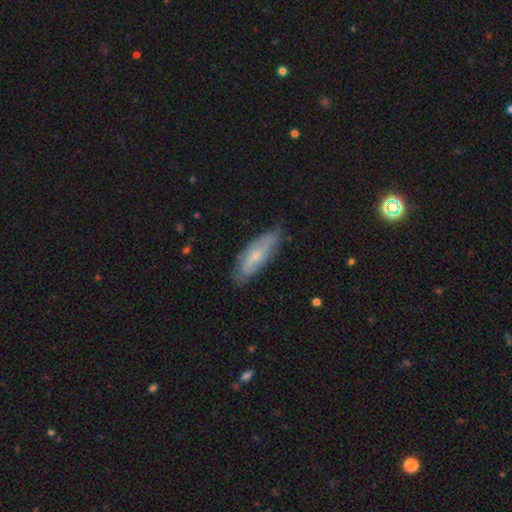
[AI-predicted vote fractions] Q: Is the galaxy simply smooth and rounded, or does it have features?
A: featured or disk — 48%.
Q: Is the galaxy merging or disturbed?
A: none — 75%.